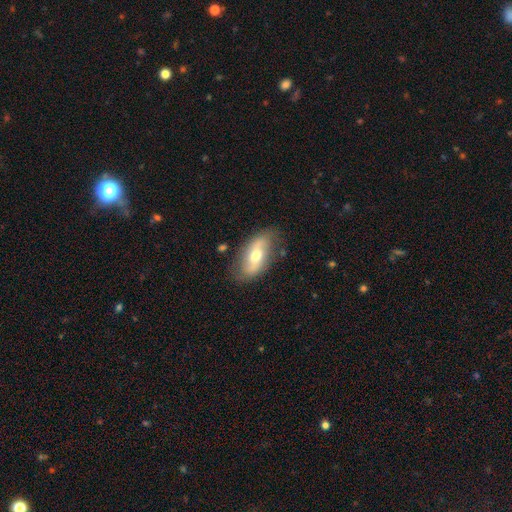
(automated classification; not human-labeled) Morphology: type=featured or disk (56%); edge-on=no (87%); merging=none (75%).